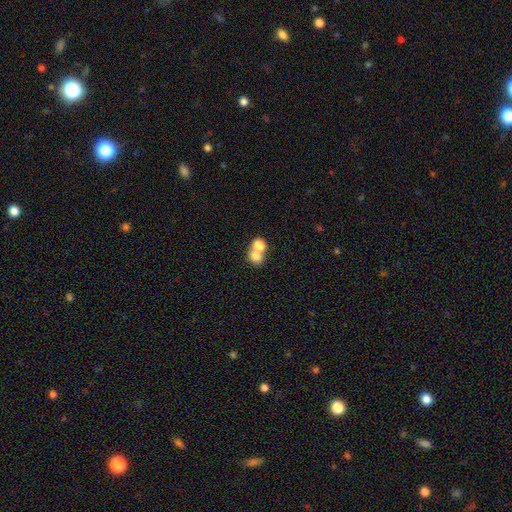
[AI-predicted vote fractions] smooth_or_featured: smooth (p=0.76) [alt: featured or disk p=0.14]
how_rounded: round (p=0.64) [alt: in between p=0.35]
merging: merger (p=0.64) [alt: none p=0.28]